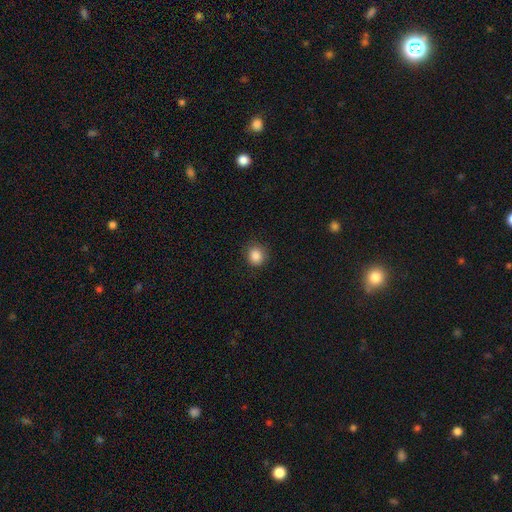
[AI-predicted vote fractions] Smooth or featured? smooth (86%)
How rounded? round (82%)
Merging? none (86%)